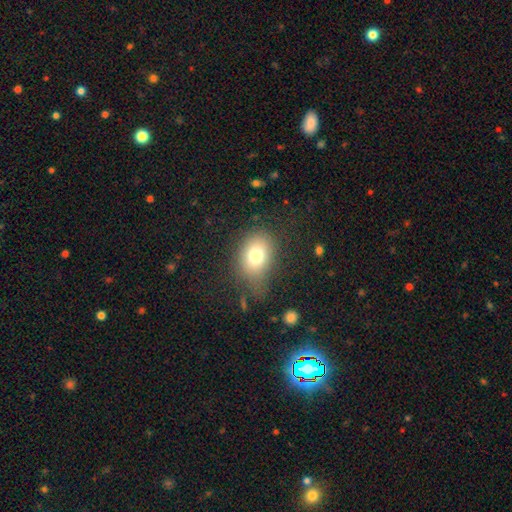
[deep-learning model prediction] smooth-or-featured: smooth: 77% | featured or disk: 12% | star or artifact: 11%
  how-rounded: in between: 63% | round: 36% | cigar-shaped: 1%
  merging: none: 61% | minor disturbance: 24% | major disturbance: 13% | merger: 2%